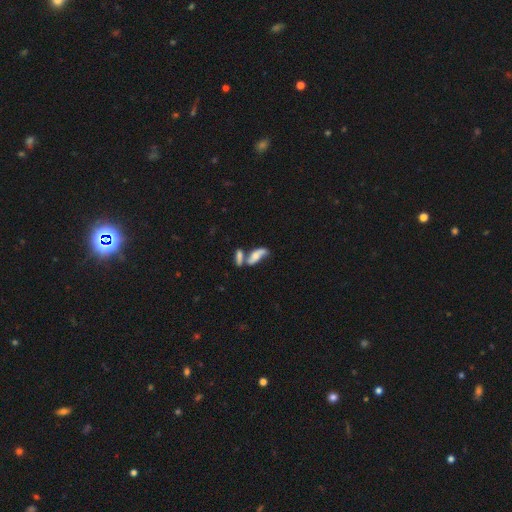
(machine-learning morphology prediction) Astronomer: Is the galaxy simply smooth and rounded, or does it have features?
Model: featured or disk — 50% (runner-up: smooth, 41%).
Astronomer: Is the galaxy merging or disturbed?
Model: merger — 47% (runner-up: none, 30%).